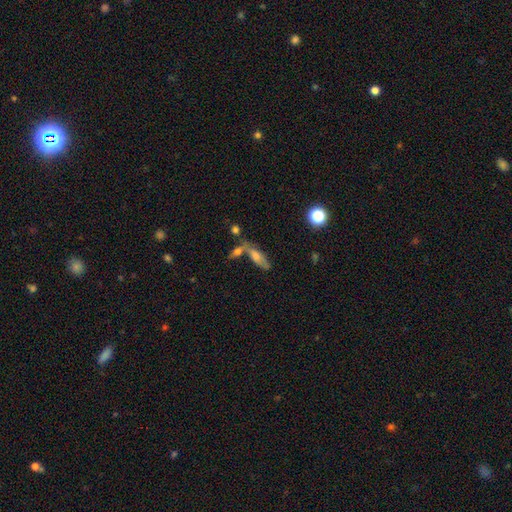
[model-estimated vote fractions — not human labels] A smooth galaxy with no disk features (48%).

Vote fractions:
- Smooth or featured? smooth: 48% / featured or disk: 38% / star or artifact: 15%
- Merging? none: 42% / merger: 36% / minor disturbance: 14% / major disturbance: 8%